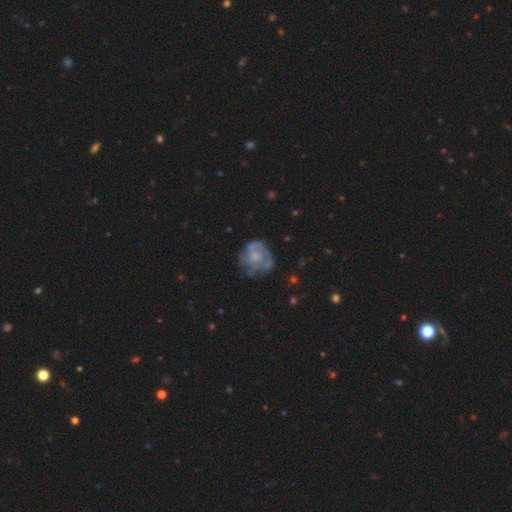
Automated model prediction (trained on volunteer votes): A featured or disk galaxy (56%) with no bar (83%), spiral arms (50%, tied with no) and a moderate central bulge (34%). Merging: none (58%).